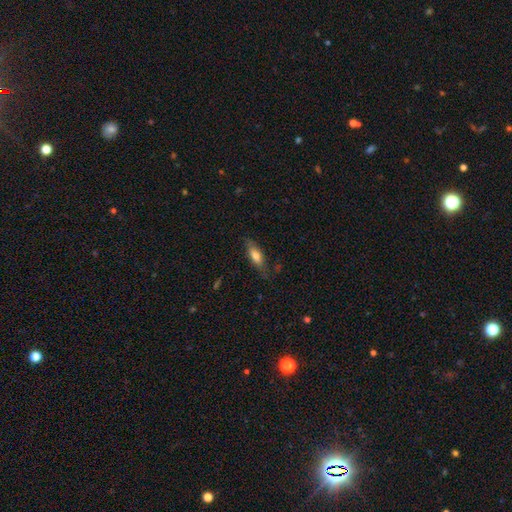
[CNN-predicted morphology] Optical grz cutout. It shows a smooth galaxy with no disk features (66%) that is in between round and cigar-shaped (59%). Merging: none (71%).